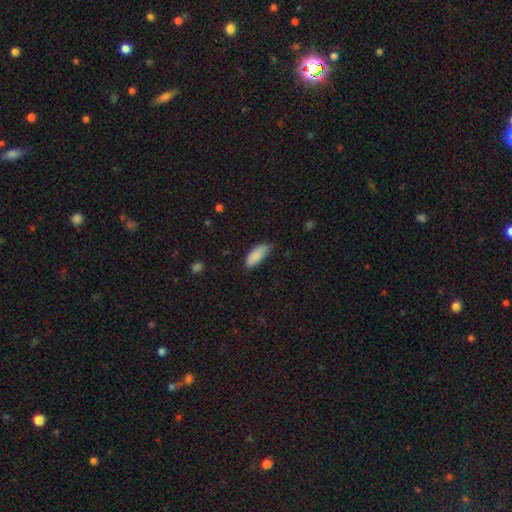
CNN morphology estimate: A smooth galaxy with no disk features (88%) that is in between round and cigar-shaped (82%).

Vote fractions:
- Smooth or featured? smooth: 88% / star or artifact: 6% / featured or disk: 5%
- How rounded? in between: 82% / cigar-shaped: 16% / round: 2%
- Merging? none: 68% / minor disturbance: 26% / major disturbance: 4% / merger: 1%